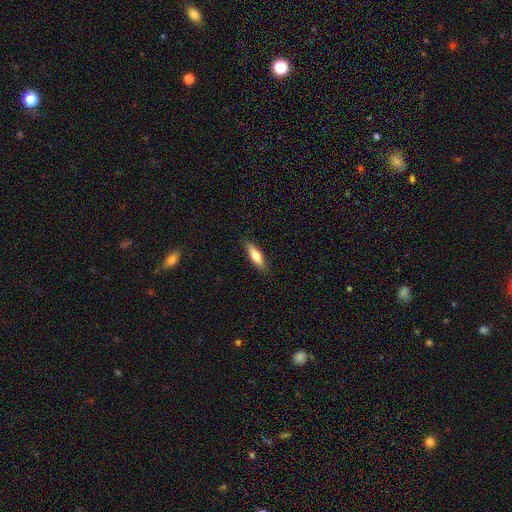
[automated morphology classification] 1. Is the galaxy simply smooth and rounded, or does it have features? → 71% smooth, 23% featured or disk, 6% star or artifact.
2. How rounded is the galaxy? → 59% cigar-shaped, 40% in between, 2% round.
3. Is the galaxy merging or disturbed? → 86% none, 11% minor disturbance, 2% major disturbance, 1% merger.